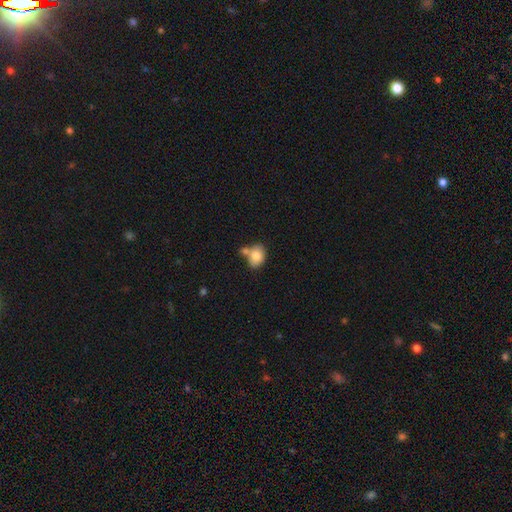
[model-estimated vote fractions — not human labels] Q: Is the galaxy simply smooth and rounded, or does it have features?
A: smooth — 80%.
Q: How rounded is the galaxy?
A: in between — 70%.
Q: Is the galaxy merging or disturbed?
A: none — 41%.